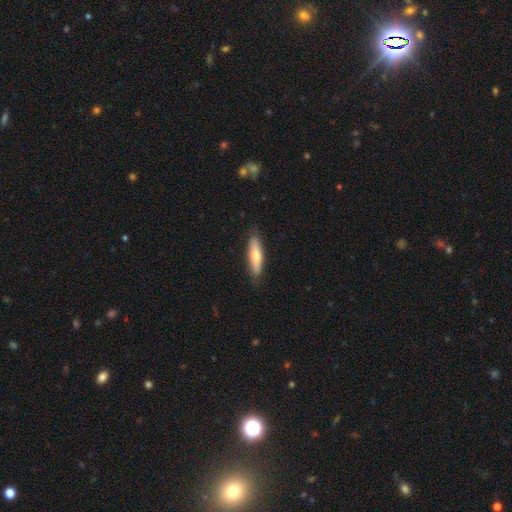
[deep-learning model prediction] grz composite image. It shows a smooth galaxy with no disk features (66%) that is cigar-shaped (68%). Merging: none (85%).